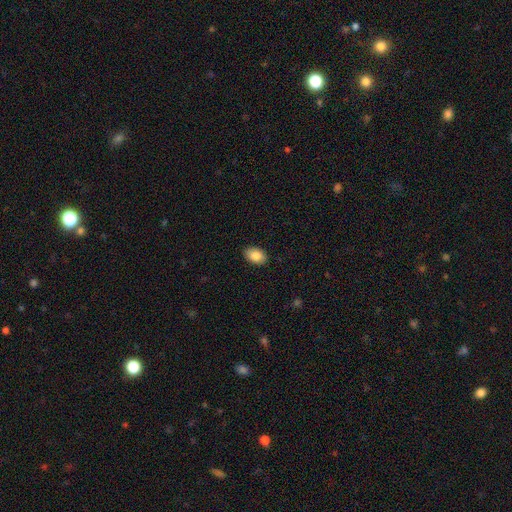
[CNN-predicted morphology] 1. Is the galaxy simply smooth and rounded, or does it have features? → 85% smooth, 8% featured or disk, 7% star or artifact.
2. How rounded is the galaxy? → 86% in between, 12% round, 1% cigar-shaped.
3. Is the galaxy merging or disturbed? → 89% none, 8% minor disturbance, 2% major disturbance, 1% merger.